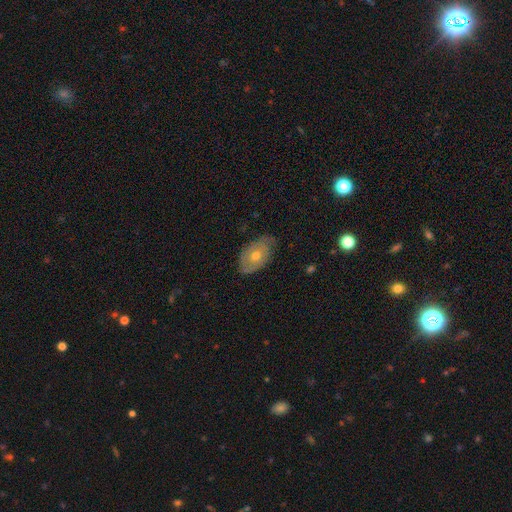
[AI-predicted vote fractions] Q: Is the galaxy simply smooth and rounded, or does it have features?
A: featured or disk — 56%.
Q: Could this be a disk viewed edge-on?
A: no — 90%.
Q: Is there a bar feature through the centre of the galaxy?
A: no — 85%.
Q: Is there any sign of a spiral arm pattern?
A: yes — 59%.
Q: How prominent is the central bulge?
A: moderate — 65%.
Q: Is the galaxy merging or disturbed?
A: none — 73%.